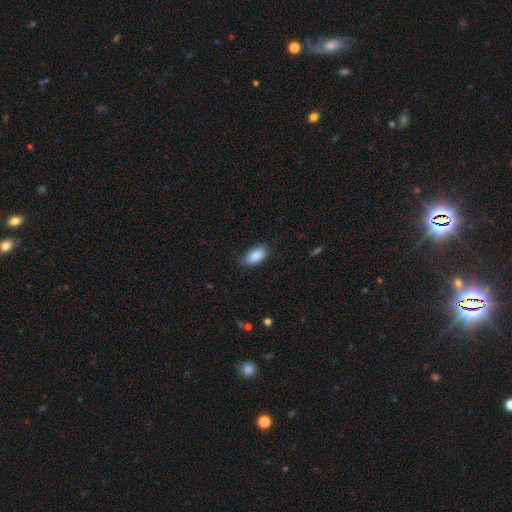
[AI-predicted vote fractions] This appears to be a smooth galaxy with no disk features (89%) that is in between round and cigar-shaped (93%). Merging: none (77%).